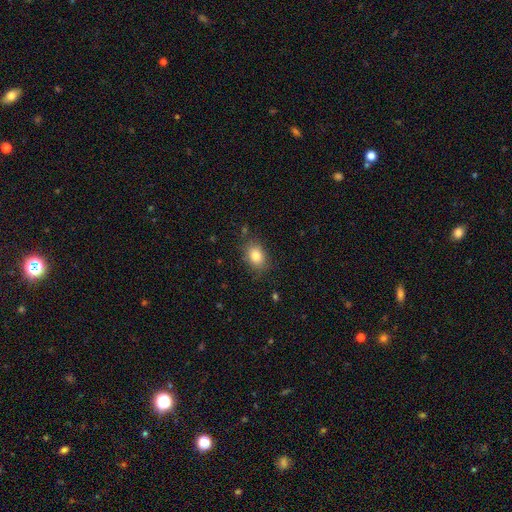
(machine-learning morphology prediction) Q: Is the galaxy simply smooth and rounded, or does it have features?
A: smooth — 82%.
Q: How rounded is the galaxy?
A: in between — 70%.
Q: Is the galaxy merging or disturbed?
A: none — 81%.